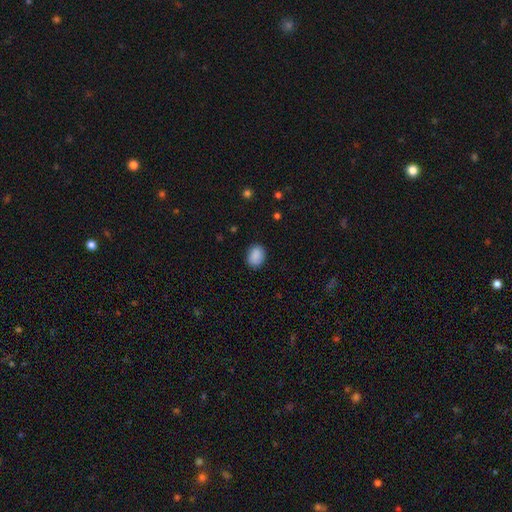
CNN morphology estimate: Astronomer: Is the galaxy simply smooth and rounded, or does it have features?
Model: smooth — 89%.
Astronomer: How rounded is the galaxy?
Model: in between — 69%.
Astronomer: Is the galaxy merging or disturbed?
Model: none — 86%.